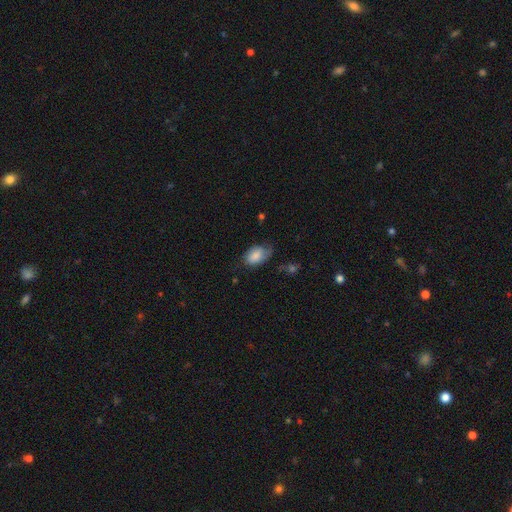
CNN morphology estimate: Smooth or featured? Predicted: smooth (p=0.79). How rounded? Predicted: in between (p=0.89). Merging? Predicted: none (p=0.48).